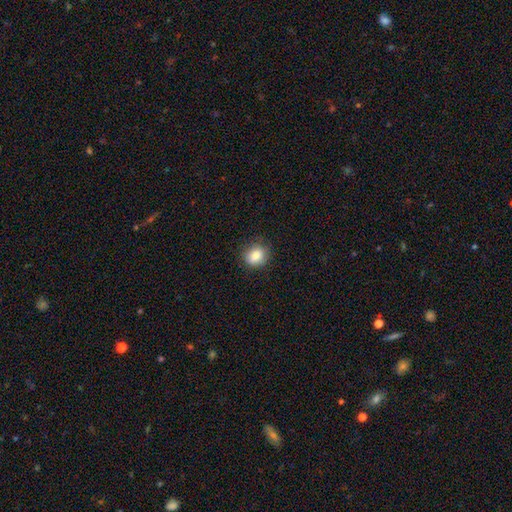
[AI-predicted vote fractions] smooth-or-featured: smooth: 83% | star or artifact: 9% | featured or disk: 8%
  how-rounded: round: 66% | in between: 33% | cigar-shaped: 1%
  merging: none: 84% | minor disturbance: 12% | major disturbance: 3% | merger: 1%